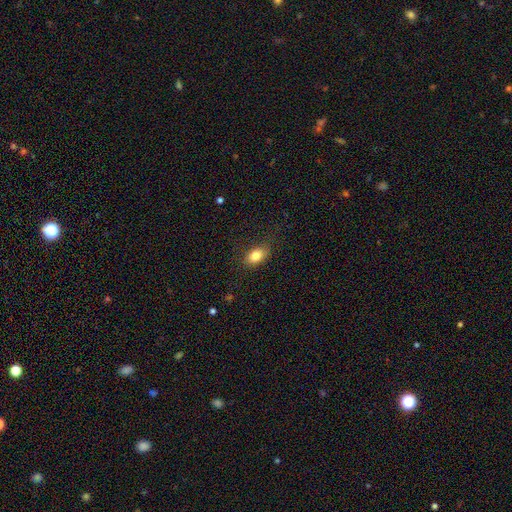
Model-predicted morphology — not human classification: Smooth or featured?
  - smooth: 82% *
  - featured or disk: 10%
  - star or artifact: 9%
How rounded?
  - in between: 85% *
  - round: 13%
  - cigar-shaped: 2%
Merging?
  - none: 80% *
  - minor disturbance: 15%
  - major disturbance: 4%
  - merger: 1%